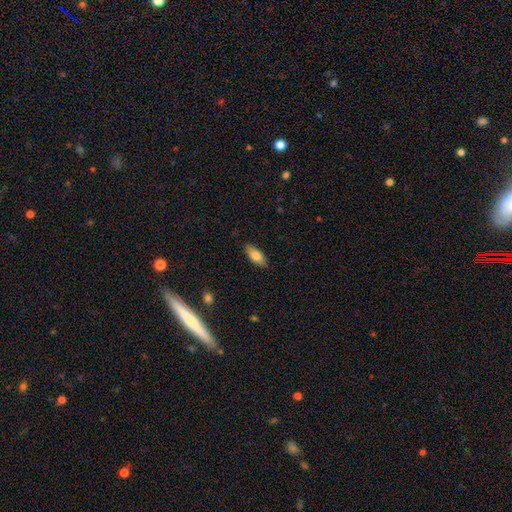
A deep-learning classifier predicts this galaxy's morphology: Smooth or featured? Predicted: smooth (p=0.80). How rounded? Predicted: in between (p=0.83). Merging? Predicted: none (p=0.87).